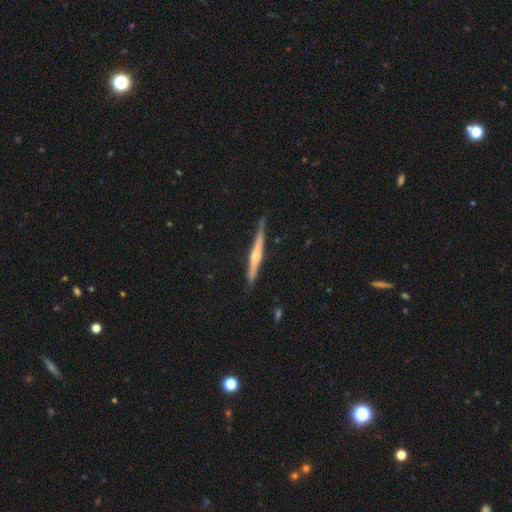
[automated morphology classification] Smooth or featured?
  - featured or disk: 67% *
  - smooth: 27%
  - star or artifact: 6%
Edge-on disk?
  - yes: 97% *
  - no: 3%
Edge-on bulge?
  - rounded: 77% *
  - none: 16%
  - boxy: 7%
Merging?
  - none: 83% *
  - minor disturbance: 14%
  - major disturbance: 2%
  - merger: 1%